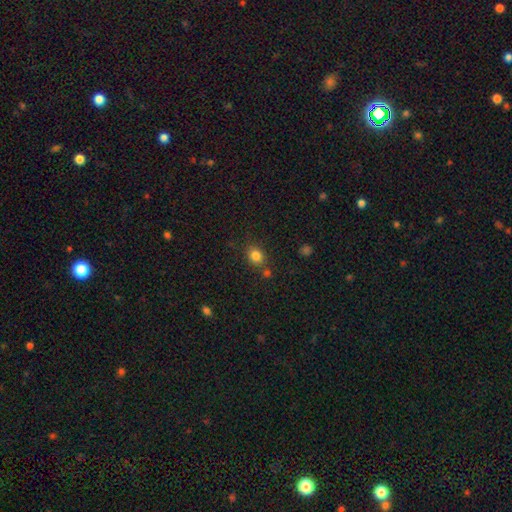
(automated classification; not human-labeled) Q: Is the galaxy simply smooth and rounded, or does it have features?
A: smooth — 82%.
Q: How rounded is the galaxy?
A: round — 60%.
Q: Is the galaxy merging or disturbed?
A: none — 74%.